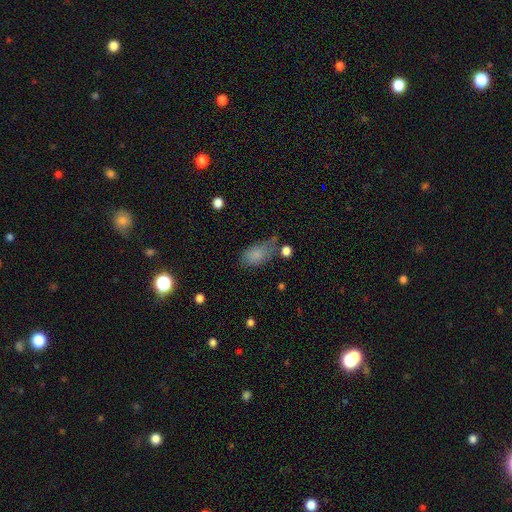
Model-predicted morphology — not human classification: type=smooth (81%); roundness=in between (90%); merging=none (47%).